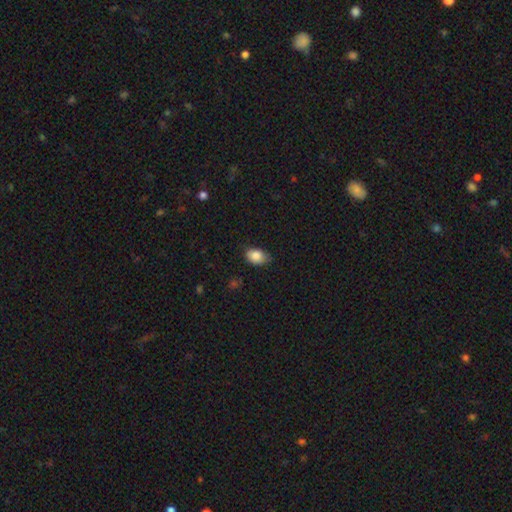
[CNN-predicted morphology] smooth-or-featured: smooth: 86% | star or artifact: 8% | featured or disk: 6%
  how-rounded: in between: 83% | round: 15% | cigar-shaped: 1%
  merging: none: 68% | minor disturbance: 27% | major disturbance: 4% | merger: 1%